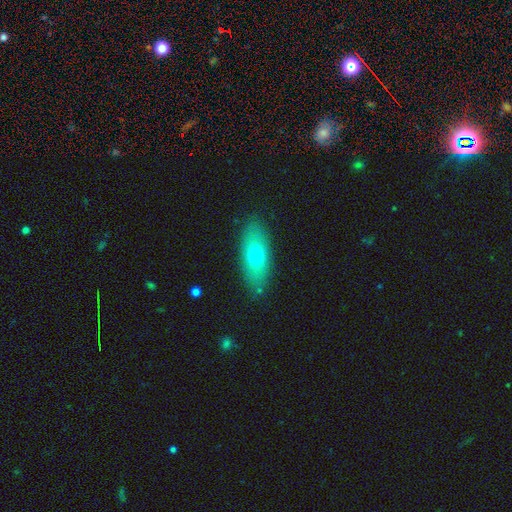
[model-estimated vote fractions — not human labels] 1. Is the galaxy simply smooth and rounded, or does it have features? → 68% smooth, 25% featured or disk, 8% star or artifact.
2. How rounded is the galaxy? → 74% in between, 22% cigar-shaped, 4% round.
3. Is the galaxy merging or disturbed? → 84% none, 11% minor disturbance, 3% major disturbance, 2% merger.